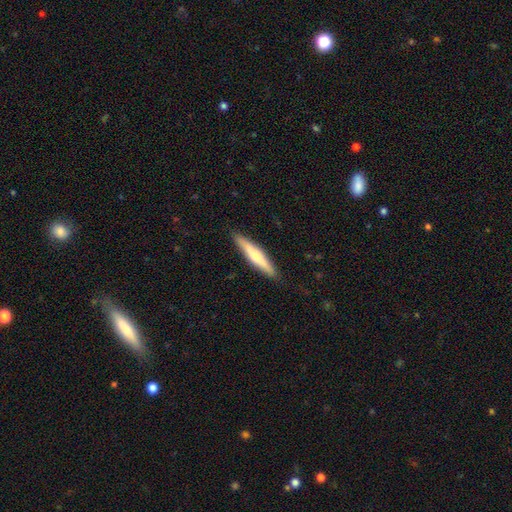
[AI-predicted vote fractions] This appears to be a smooth galaxy with no disk features (50%). Merging: none (90%).